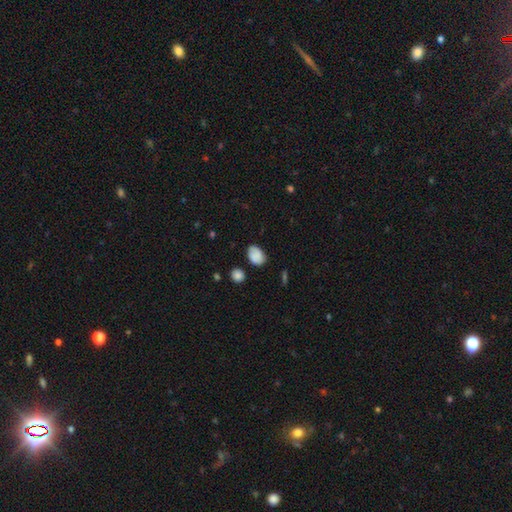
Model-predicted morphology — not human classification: Smooth or featured?
  - smooth: 80% *
  - featured or disk: 11%
  - star or artifact: 9%
How rounded?
  - in between: 81% *
  - round: 18%
  - cigar-shaped: 1%
Merging?
  - none: 67% *
  - minor disturbance: 24%
  - major disturbance: 5%
  - merger: 4%